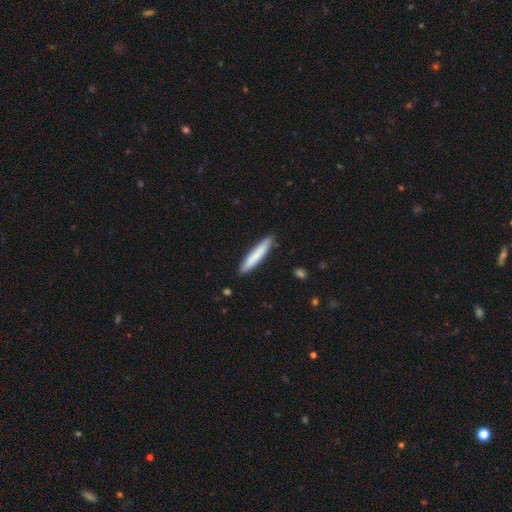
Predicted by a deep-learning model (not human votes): Smooth or featured?
  - smooth: 80% *
  - featured or disk: 15%
  - star or artifact: 5%
How rounded?
  - cigar-shaped: 91% *
  - in between: 8%
  - round: 1%
Merging?
  - none: 87% *
  - minor disturbance: 10%
  - major disturbance: 2%
  - merger: 1%